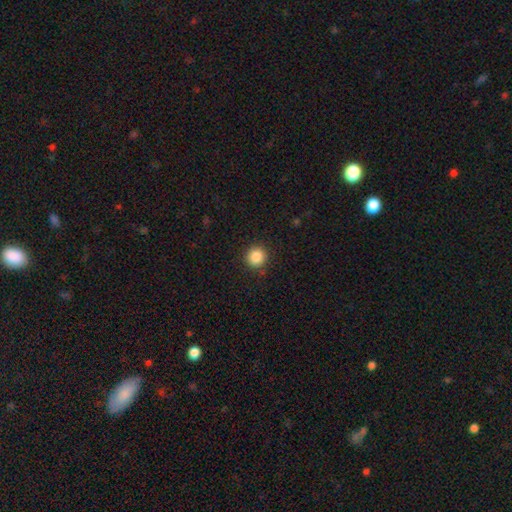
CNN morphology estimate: This is clearly a smooth galaxy (86%). How rounded: clearly round (93%). Merging: clearly none (90%).